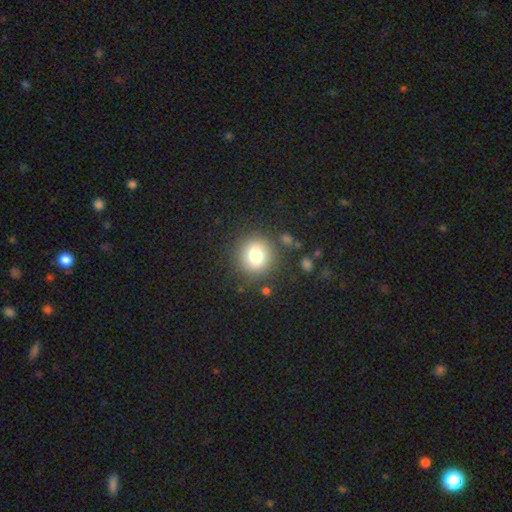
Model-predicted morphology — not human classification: Smooth or featured? smooth (78%)
How rounded? round (91%)
Merging? none (85%)